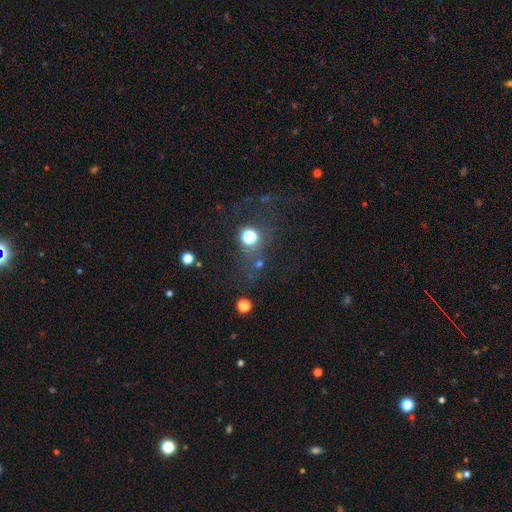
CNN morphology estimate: Smooth or featured: star or artifact — 46% (smooth — 39%)